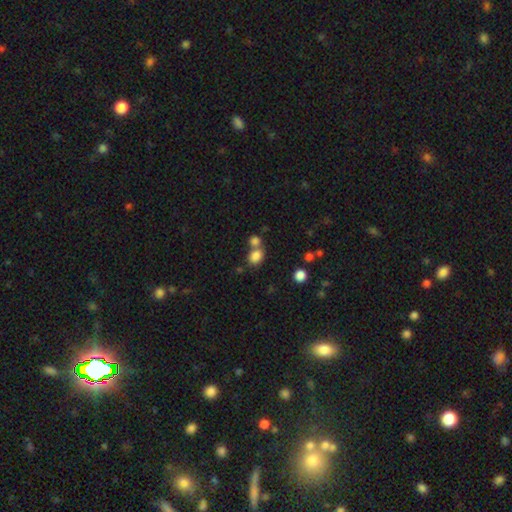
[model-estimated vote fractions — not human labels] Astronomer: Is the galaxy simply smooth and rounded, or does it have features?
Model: smooth — 82%.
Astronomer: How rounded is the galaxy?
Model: in between — 57% (runner-up: round, 42%).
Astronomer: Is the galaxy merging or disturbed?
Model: none — 47% (runner-up: merger, 40%).